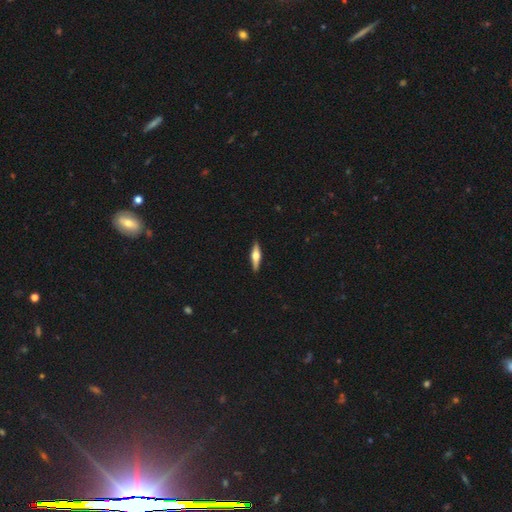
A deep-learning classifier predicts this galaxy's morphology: Q: Smooth or featured?
A: featured or disk (61%); runner-up: smooth (34%)
Q: Edge-on disk?
A: yes (96%); runner-up: no (4%)
Q: Edge-on bulge?
A: rounded (92%); runner-up: boxy (6%)
Q: Merging?
A: none (91%); runner-up: minor disturbance (7%)